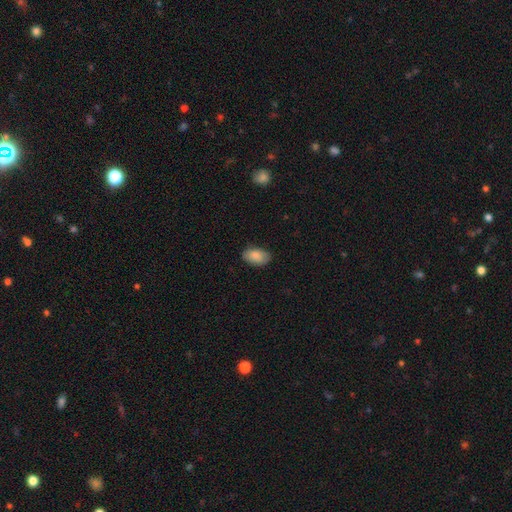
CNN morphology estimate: smooth-or-featured: smooth: 87% | featured or disk: 7% | star or artifact: 6%
  how-rounded: in between: 92% | round: 7% | cigar-shaped: 1%
  merging: none: 82% | minor disturbance: 14% | major disturbance: 3% | merger: 1%